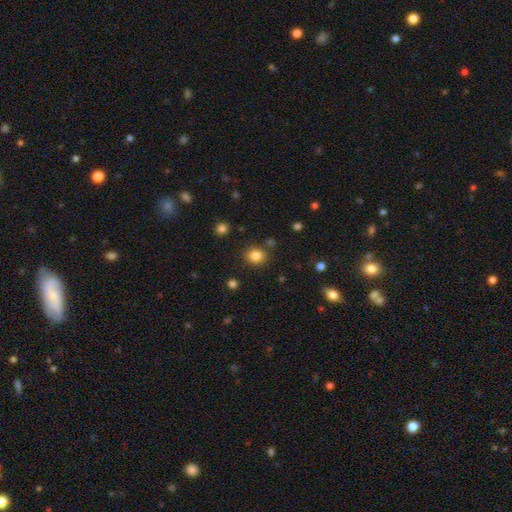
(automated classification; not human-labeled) A smooth galaxy with no disk features (84%) that is round (75%).

Vote fractions:
- Smooth or featured? smooth: 84% / star or artifact: 12% / featured or disk: 5%
- How rounded? round: 75% / in between: 24% / cigar-shaped: 1%
- Merging? none: 83% / minor disturbance: 9% / merger: 5% / major disturbance: 3%